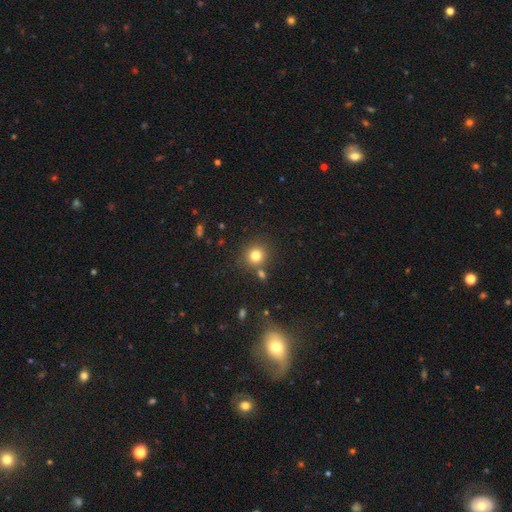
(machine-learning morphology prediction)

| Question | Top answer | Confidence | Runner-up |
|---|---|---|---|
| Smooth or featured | smooth | 79% | star or artifact (13%) |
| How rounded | round | 88% | in between (11%) |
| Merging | none | 78% | merger (10%) |